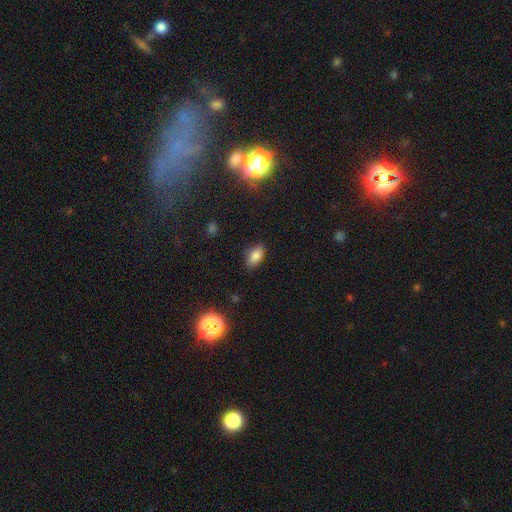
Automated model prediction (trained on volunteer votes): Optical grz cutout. It shows a smooth galaxy with no disk features (82%) that is in between round and cigar-shaped (90%). Merging: none (83%).